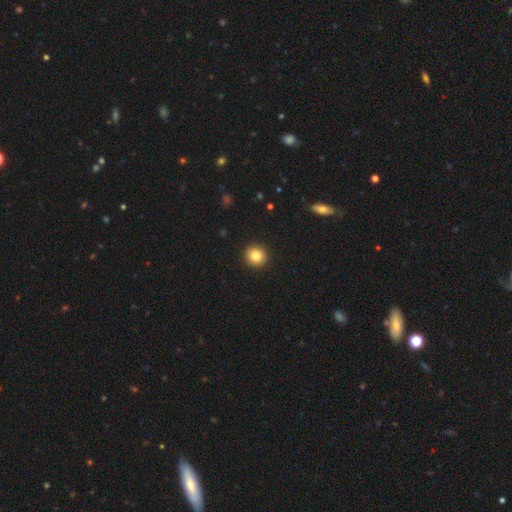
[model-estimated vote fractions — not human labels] A smooth galaxy with no disk features (85%) that is round (91%). Merging: none (93%).